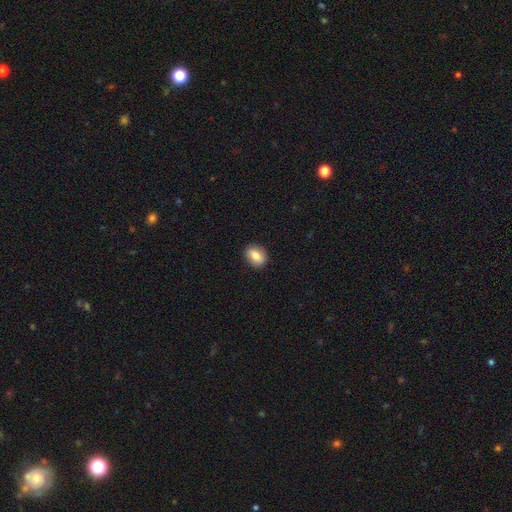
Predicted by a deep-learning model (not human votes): Morphology: type=smooth (80%); roundness=in between (66%); merging=none (88%).